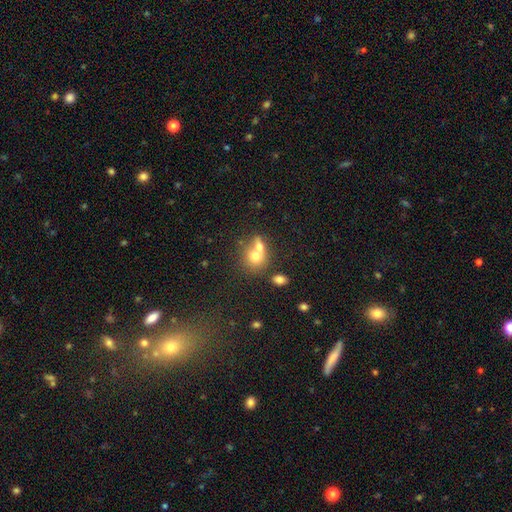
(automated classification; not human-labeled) This appears to be a smooth galaxy with no disk features (69%) that is round (68%). Merging: merger (58%).